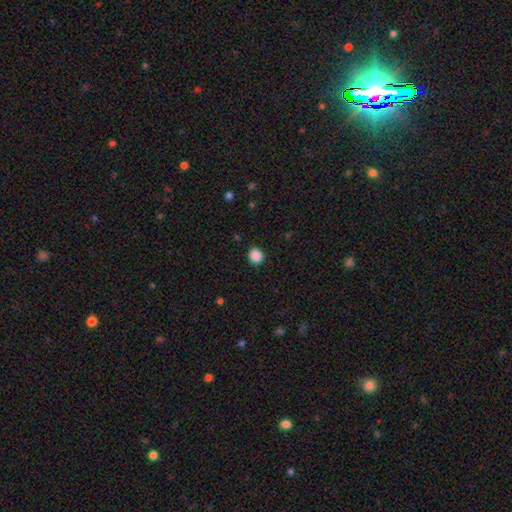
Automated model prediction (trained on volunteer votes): This is clearly a smooth galaxy (88%). How rounded: clearly round (87%). Merging: clearly none (91%).